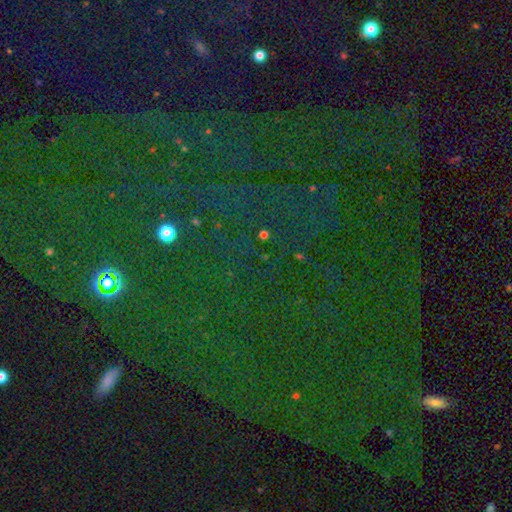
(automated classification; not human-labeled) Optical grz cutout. It shows a star or artifact, not a galaxy (80%).